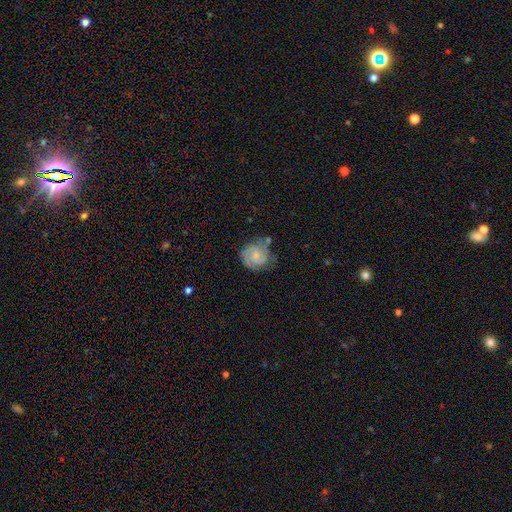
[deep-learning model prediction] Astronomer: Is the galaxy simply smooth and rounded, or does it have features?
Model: featured or disk — 74%.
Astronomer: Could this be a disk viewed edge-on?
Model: no — 98%.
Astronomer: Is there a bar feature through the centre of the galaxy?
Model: no — 67%.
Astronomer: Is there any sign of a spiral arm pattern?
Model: yes — 95%.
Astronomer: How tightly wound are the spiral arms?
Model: tight — 61%.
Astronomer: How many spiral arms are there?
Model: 2 — 60%.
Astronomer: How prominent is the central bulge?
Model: small — 56% (runner-up: moderate, 34%).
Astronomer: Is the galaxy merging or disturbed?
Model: none — 64%.